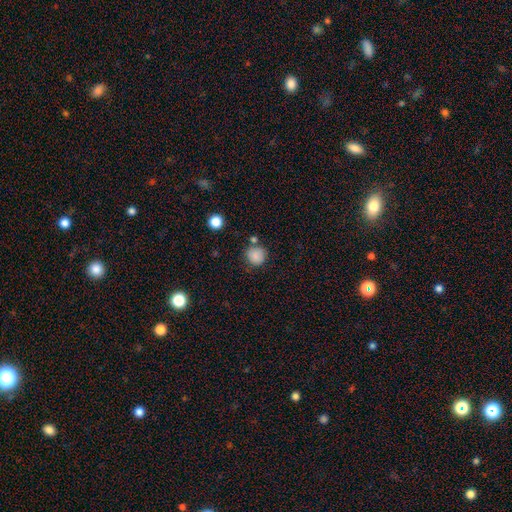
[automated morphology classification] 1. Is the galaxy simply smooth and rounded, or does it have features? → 85% smooth, 10% star or artifact, 4% featured or disk.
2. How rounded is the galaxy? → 90% round, 9% in between, 1% cigar-shaped.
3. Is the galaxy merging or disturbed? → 73% none, 14% minor disturbance, 9% merger, 4% major disturbance.